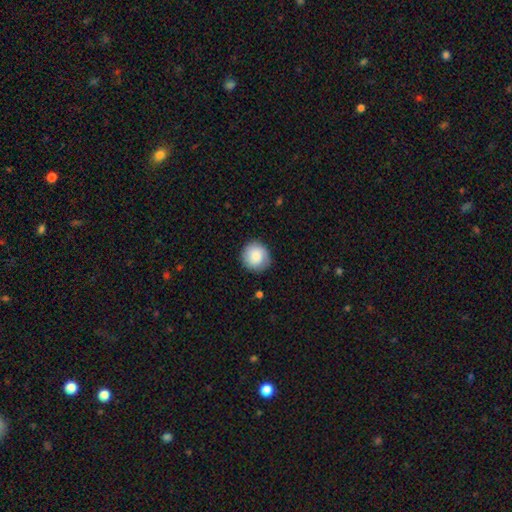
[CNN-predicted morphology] This appears to be a smooth galaxy with no disk features (85%) that is round (92%). Merging: none (87%).